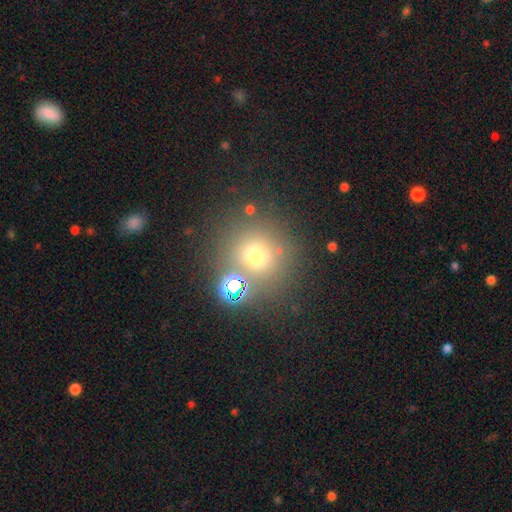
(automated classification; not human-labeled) smooth 64%, star or artifact 25%, featured or disk 11%. Down the decision tree: how rounded — round (91%); merging — none (75%).